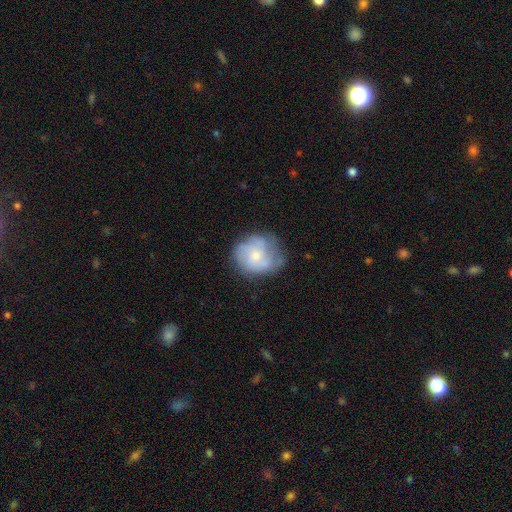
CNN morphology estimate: Smooth or featured?
  - featured or disk: 56% *
  - smooth: 37%
  - star or artifact: 8%
Edge-on disk?
  - no: 98% *
  - yes: 2%
Bar?
  - no: 78% *
  - weak: 20%
  - strong: 2%
Spiral arms?
  - yes: 77% *
  - no: 23%
Bulge size?
  - small: 48% *
  - moderate: 42%
  - none: 5%
  - large: 3%
  - dominant: 1%
Merging?
  - none: 61% *
  - minor disturbance: 25%
  - major disturbance: 12%
  - merger: 2%